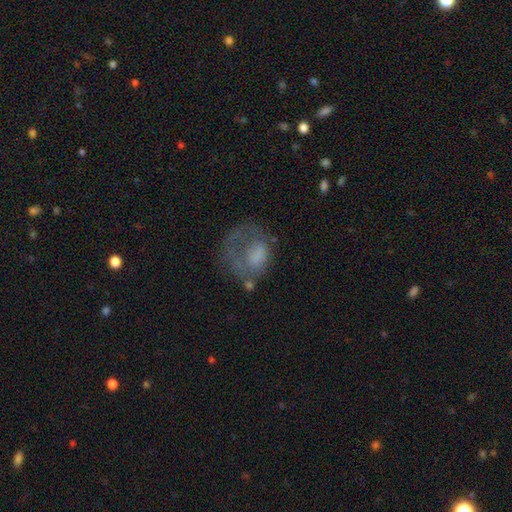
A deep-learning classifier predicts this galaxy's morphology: type=smooth (48%); merging=major disturbance (46%).